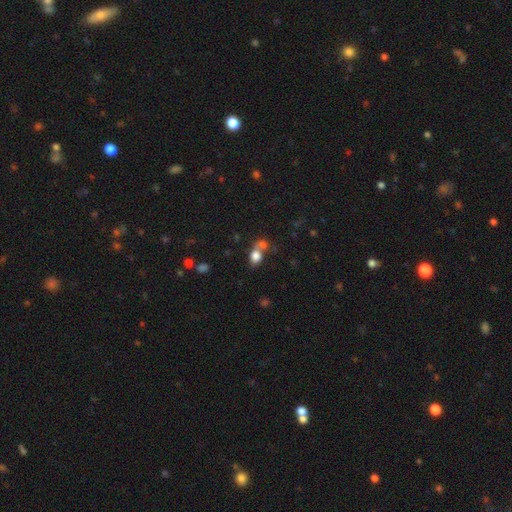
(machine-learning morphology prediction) This is likely a smooth galaxy (78%). How rounded: possibly in between (59%). Merging: possibly merger (48%).